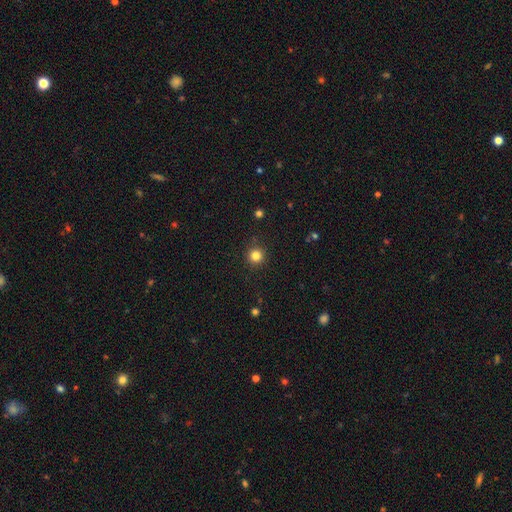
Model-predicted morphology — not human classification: This appears to be a smooth galaxy with no disk features (82%) that is round (95%). Merging: none (91%).